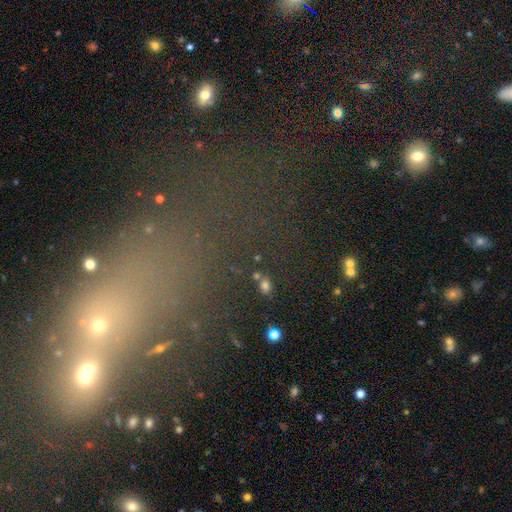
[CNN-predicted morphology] Smooth or featured? Predicted: star or artifact (p=0.45).